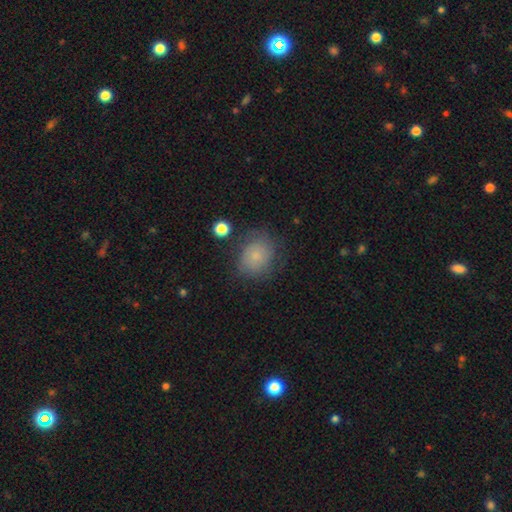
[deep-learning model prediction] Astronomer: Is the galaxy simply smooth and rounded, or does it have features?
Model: smooth — 75%.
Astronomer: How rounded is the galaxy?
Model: round — 60% (runner-up: in between, 39%).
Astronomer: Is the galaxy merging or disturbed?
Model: none — 71%.